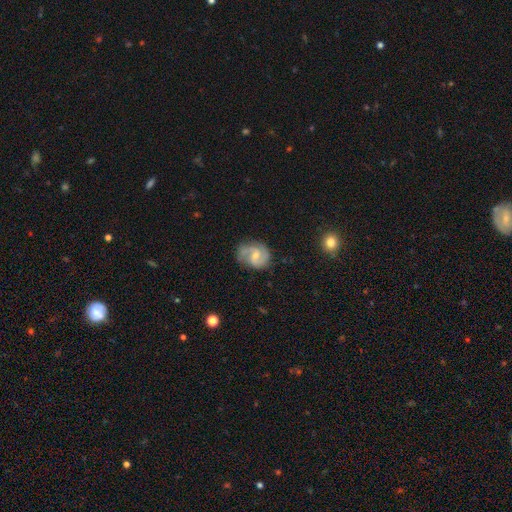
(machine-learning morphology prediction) Overall: featured or disk (81%). Edge-on disk: no (98%). Bar: weak (51%; no 39%). Spiral arms: yes (96%). Spiral arm count: 2 (87%). Spiral winding: medium (54%; loose 23%). Bulge size: small (50%; moderate 42%). Merging: none (68%).